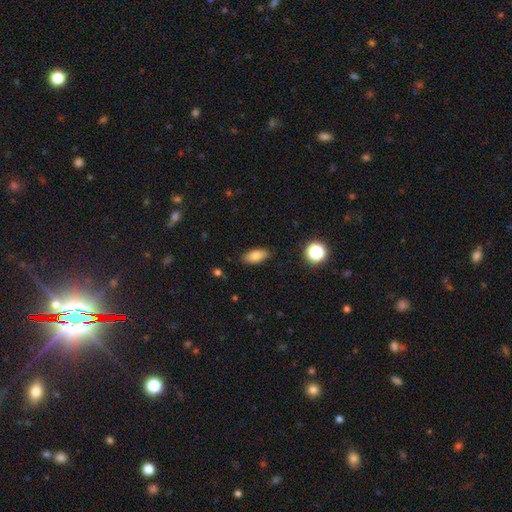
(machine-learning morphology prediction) The model was most divided on "smooth or featured": smooth: 79%, featured or disk: 12%, star or artifact: 9%. More confident: merging — none (88%); how rounded — in between (85%).